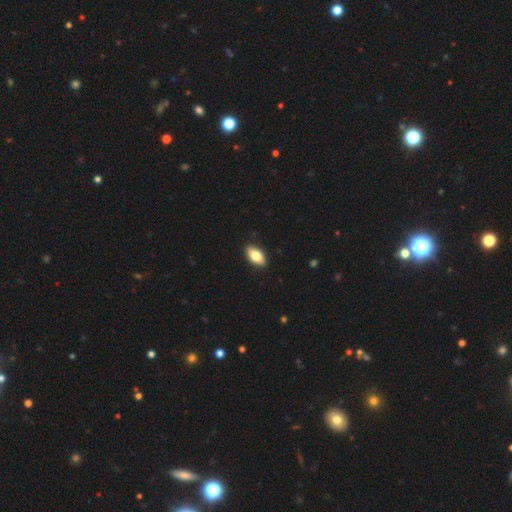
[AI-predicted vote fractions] Smooth or featured? smooth (80%)
How rounded? in between (91%)
Merging? none (90%)